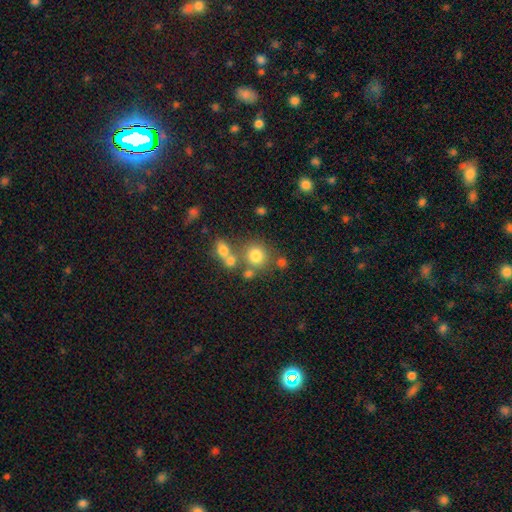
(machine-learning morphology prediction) smooth_or_featured: smooth (p=0.75) [alt: star or artifact p=0.14]
how_rounded: round (p=0.85) [alt: in between p=0.14]
merging: none (p=0.63) [alt: merger p=0.20]